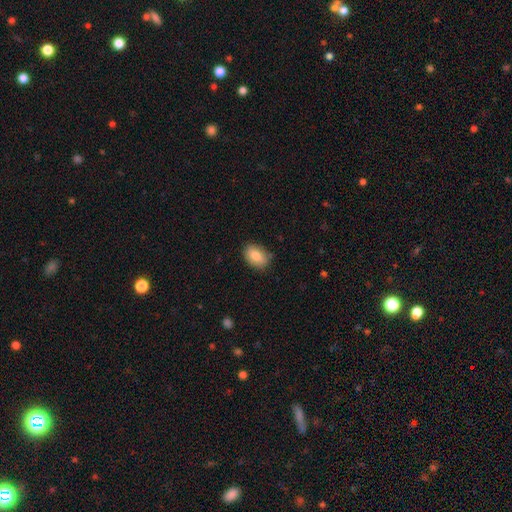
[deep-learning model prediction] smooth_or_featured: smooth (p=0.84) [alt: featured or disk p=0.08]
how_rounded: in between (p=0.83) [alt: round p=0.16]
merging: none (p=0.83) [alt: minor disturbance p=0.14]